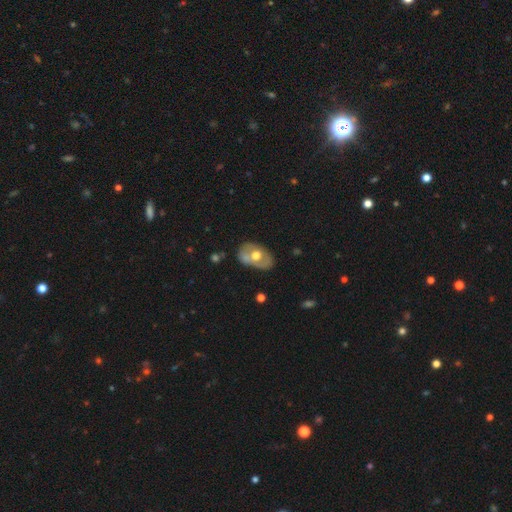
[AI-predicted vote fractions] Smooth or featured? featured or disk (53%)
Edge-on disk? no (91%)
Merging? none (70%)